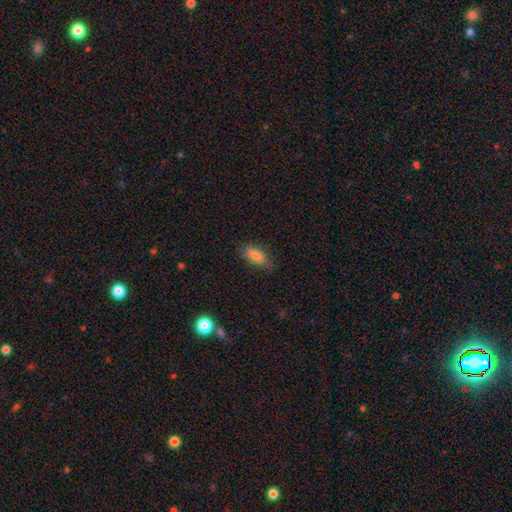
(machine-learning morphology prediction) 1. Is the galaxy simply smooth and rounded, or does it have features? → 81% smooth, 11% featured or disk, 8% star or artifact.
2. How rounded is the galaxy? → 84% in between, 12% cigar-shaped, 4% round.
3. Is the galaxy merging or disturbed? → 74% none, 20% minor disturbance, 4% major disturbance, 1% merger.